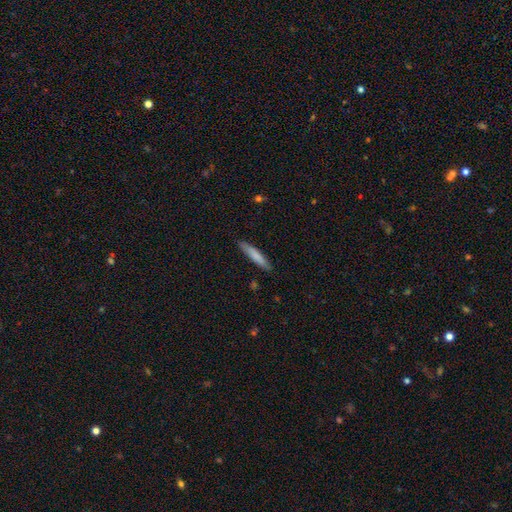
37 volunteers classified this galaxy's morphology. Smooth or featured: smooth — 76% (featured or disk — 22%)
How rounded: cigar-shaped — 82% (in between — 18%)
Merging: none — 89% (minor disturbance — 6%)